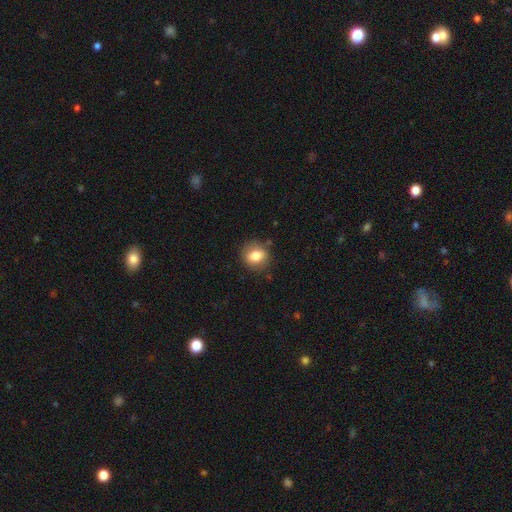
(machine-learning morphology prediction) Smooth or featured? smooth (79%)
How rounded? round (62%)
Merging? none (81%)